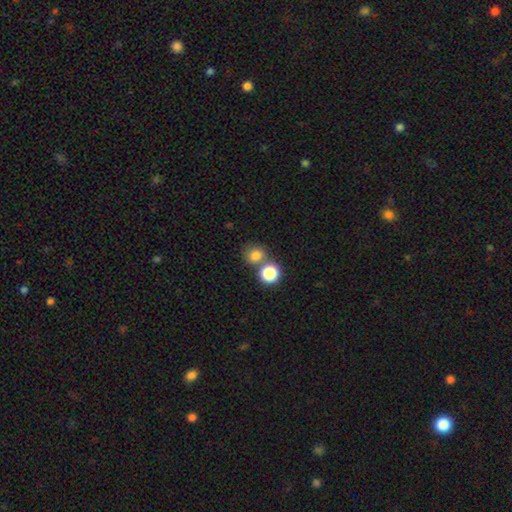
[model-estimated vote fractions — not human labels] The model was most divided on "merging": none: 51%, merger: 36%, minor disturbance: 9%, major disturbance: 4%. More confident: smooth or featured — smooth (80%); how rounded — round (75%).